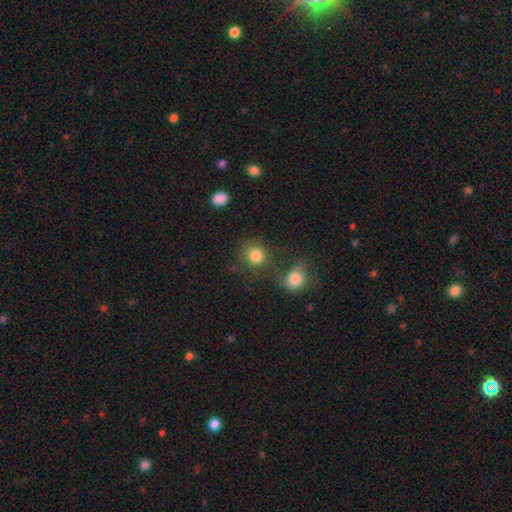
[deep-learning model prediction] smooth 83%, star or artifact 11%, featured or disk 7%. Down the decision tree: how rounded — round (87%); merging — none (59%).